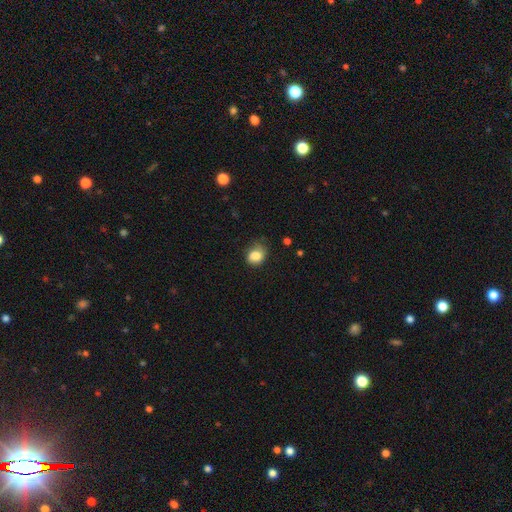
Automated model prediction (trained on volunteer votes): Smooth or featured?
  - smooth: 83% *
  - star or artifact: 9%
  - featured or disk: 8%
How rounded?
  - round: 53% *
  - in between: 46%
  - cigar-shaped: 1%
Merging?
  - none: 55% *
  - minor disturbance: 33%
  - major disturbance: 11%
  - merger: 2%